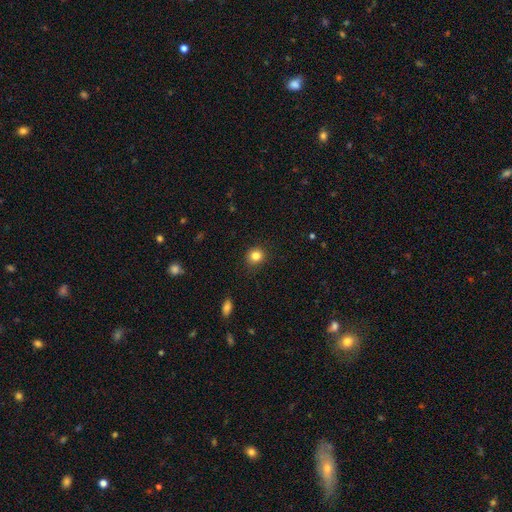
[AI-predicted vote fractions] A smooth galaxy with no disk features (83%) that is round (85%). Merging: none (88%).